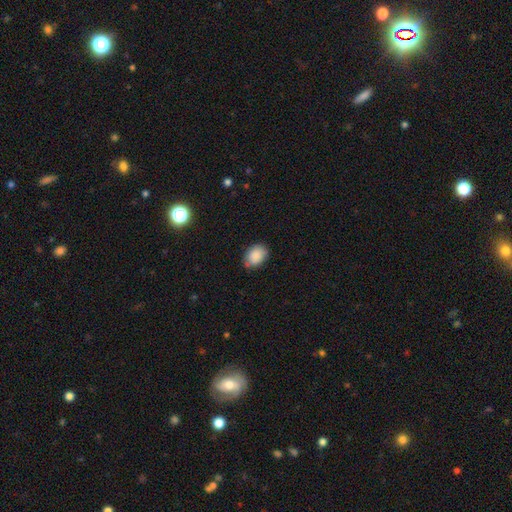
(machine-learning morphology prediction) Smooth or featured: smooth — 88% (star or artifact — 8%)
How rounded: in between — 74% (round — 25%)
Merging: none — 76% (minor disturbance — 19%)